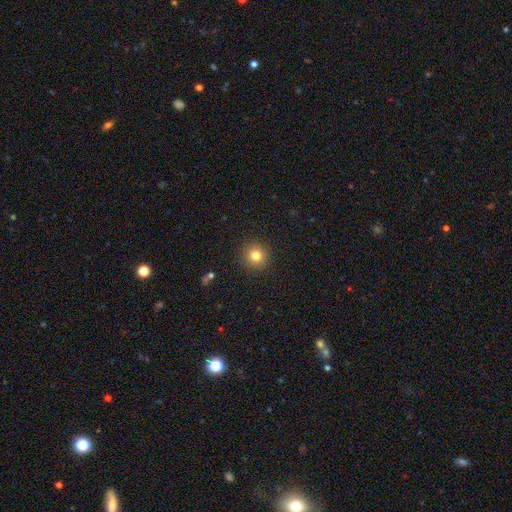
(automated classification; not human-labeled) Smooth or featured? Predicted: smooth (p=0.80). How rounded? Predicted: round (p=0.95). Merging? Predicted: none (p=0.92).